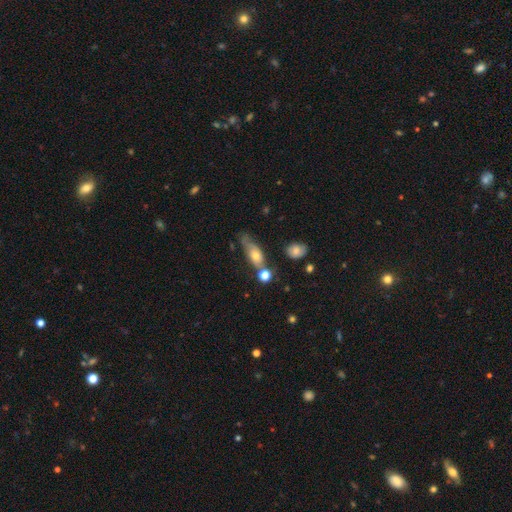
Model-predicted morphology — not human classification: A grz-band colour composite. It shows a smooth galaxy with no disk features (64%) that is in between round and cigar-shaped (68%). Merging: none (36%).